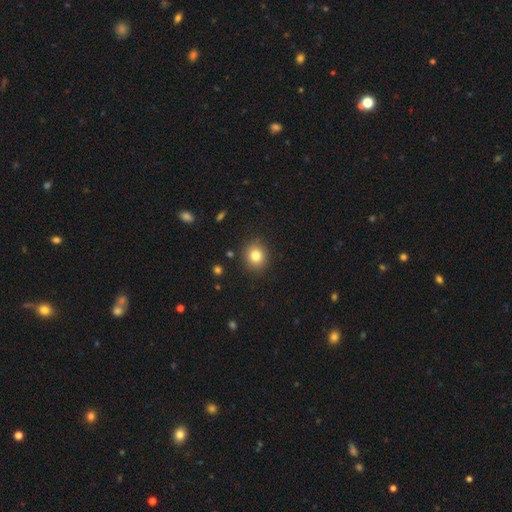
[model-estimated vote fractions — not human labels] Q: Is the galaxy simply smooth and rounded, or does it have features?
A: smooth — 81%.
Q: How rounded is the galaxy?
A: round — 80%.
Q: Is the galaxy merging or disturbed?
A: none — 89%.